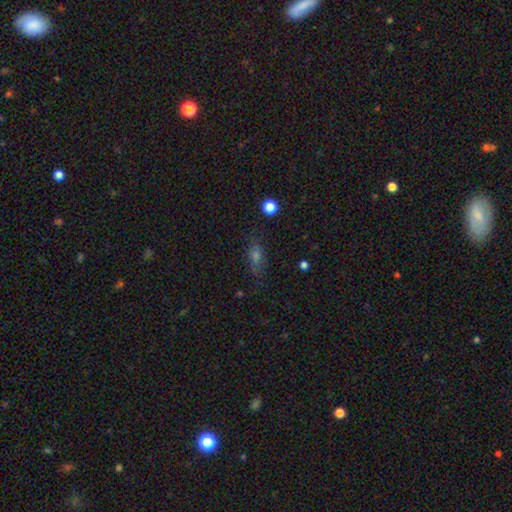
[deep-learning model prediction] Smooth or featured: smooth — 52% (star or artifact — 25%)
How rounded: in between — 57% (cigar-shaped — 29%)
Merging: none — 76% (minor disturbance — 16%)